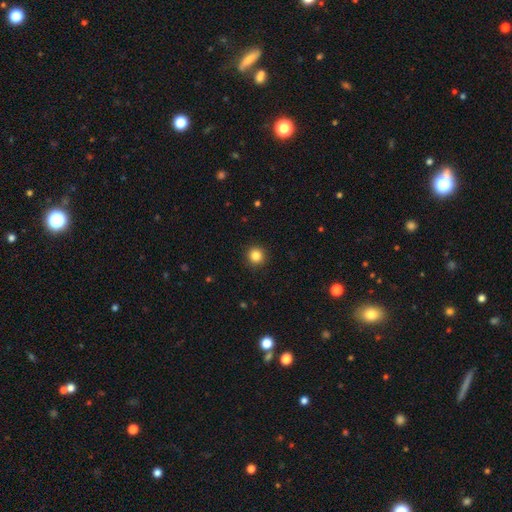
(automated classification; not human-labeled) Smooth or featured? smooth (84%)
How rounded? round (95%)
Merging? none (92%)